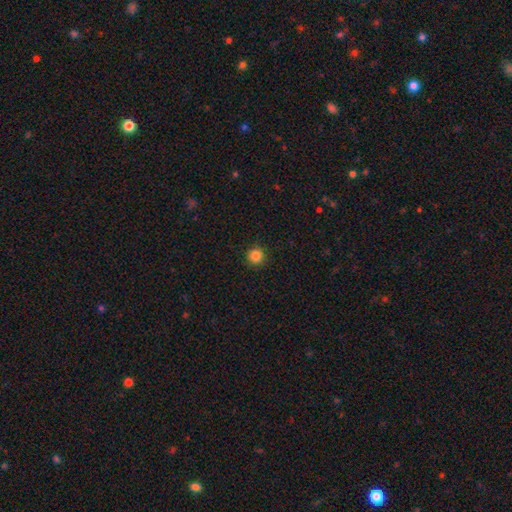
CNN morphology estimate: A smooth galaxy with no disk features (85%) that is round (95%).

Vote fractions:
- Smooth or featured? smooth: 85% / star or artifact: 11% / featured or disk: 4%
- How rounded? round: 95% / in between: 4% / cigar-shaped: 1%
- Merging? none: 92% / minor disturbance: 5% / major disturbance: 2% / merger: 1%